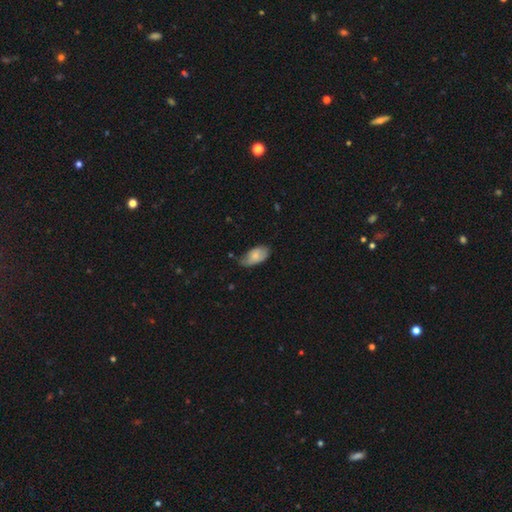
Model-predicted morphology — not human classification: Smooth or featured? Predicted: smooth (p=0.74). How rounded? Predicted: in between (p=0.93). Merging? Predicted: none (p=0.50).